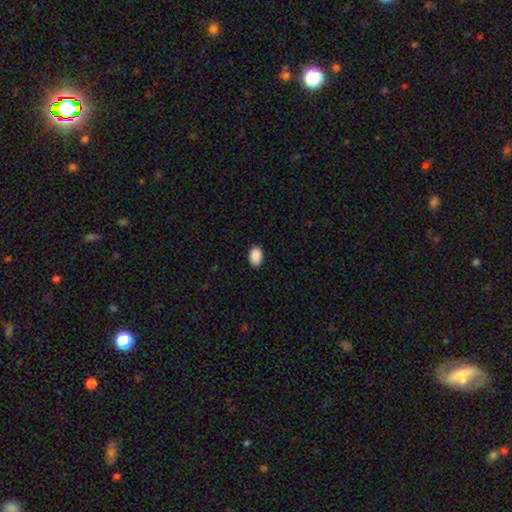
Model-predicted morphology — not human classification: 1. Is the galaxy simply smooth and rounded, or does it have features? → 91% smooth, 7% star or artifact, 2% featured or disk.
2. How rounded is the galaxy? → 87% in between, 12% round, 1% cigar-shaped.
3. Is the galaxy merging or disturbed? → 90% none, 7% minor disturbance, 2% major disturbance, 1% merger.